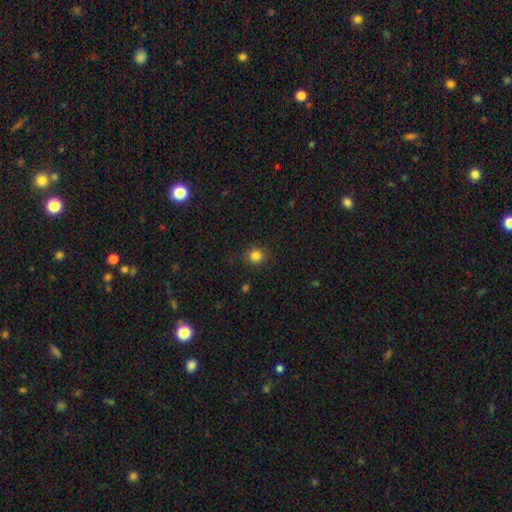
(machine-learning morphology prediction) This appears to be a smooth galaxy with no disk features (83%) that is round (82%). Merging: none (86%).